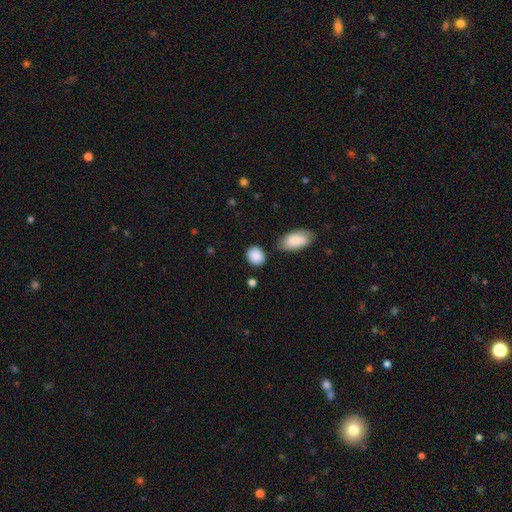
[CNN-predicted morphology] This appears to be a smooth galaxy with no disk features (88%) that is round (65%). Merging: none (77%).